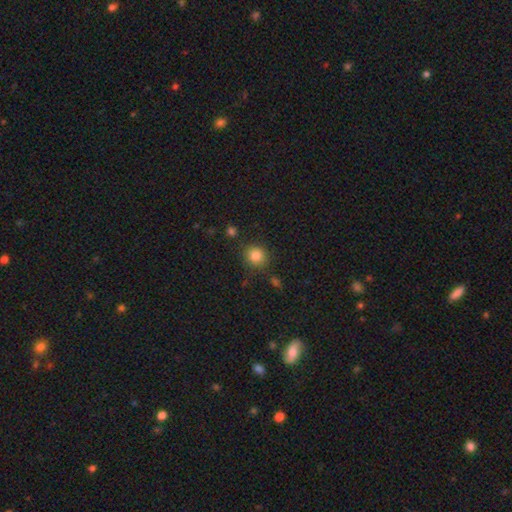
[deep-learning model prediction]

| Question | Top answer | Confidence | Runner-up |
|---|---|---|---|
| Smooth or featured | smooth | 83% | star or artifact (11%) |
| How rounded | round | 88% | in between (11%) |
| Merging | none | 83% | minor disturbance (10%) |